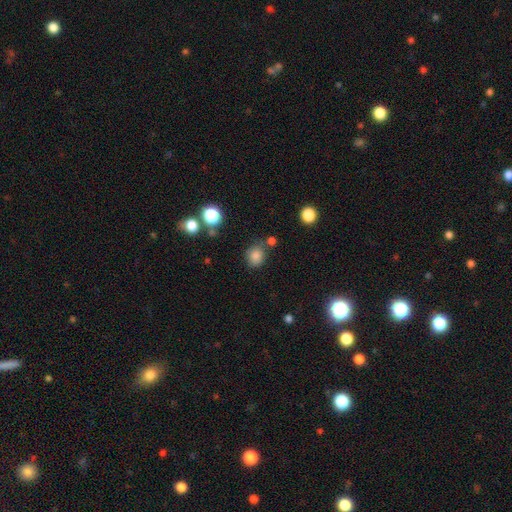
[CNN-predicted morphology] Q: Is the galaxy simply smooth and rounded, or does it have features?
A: smooth — 82%.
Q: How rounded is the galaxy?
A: round — 66%.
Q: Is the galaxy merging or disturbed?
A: none — 72%.